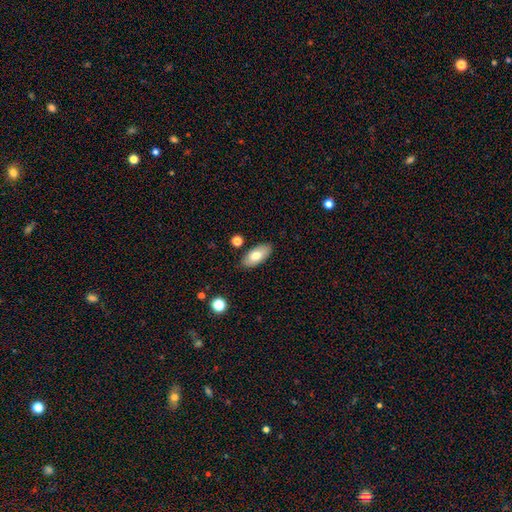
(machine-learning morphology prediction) A smooth galaxy with no disk features (75%) that is in between round and cigar-shaped (90%).

Vote fractions:
- Smooth or featured? smooth: 75% / featured or disk: 19% / star or artifact: 7%
- How rounded? in between: 90% / cigar-shaped: 7% / round: 3%
- Merging? none: 85% / minor disturbance: 11% / merger: 2% / major disturbance: 2%